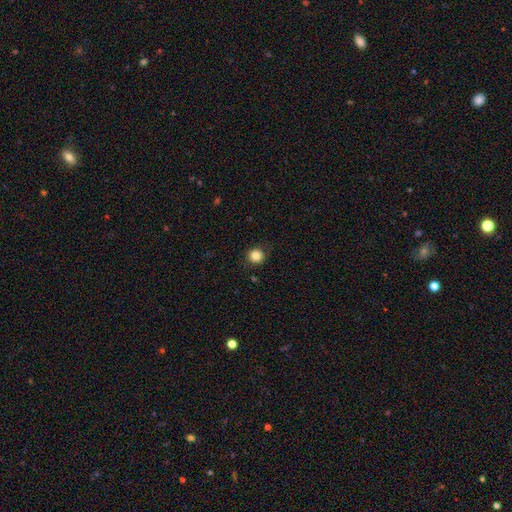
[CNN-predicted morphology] Smooth or featured: smooth — 84% (star or artifact — 11%)
How rounded: round — 92% (in between — 7%)
Merging: none — 88% (minor disturbance — 9%)